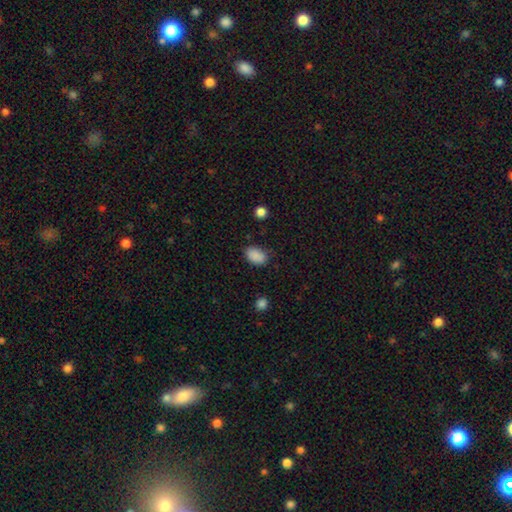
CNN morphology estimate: A smooth galaxy with no disk features (89%) that is in between round and cigar-shaped (86%). Merging: none (79%).